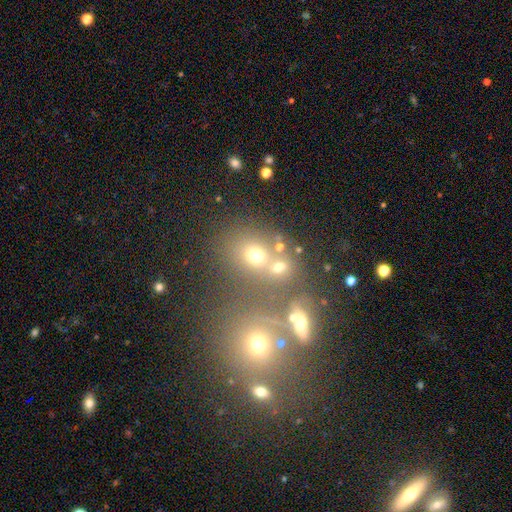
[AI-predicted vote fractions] The model was most divided on "merging": none: 51%, merger: 35%, minor disturbance: 9%, major disturbance: 5%. More confident: how rounded — round (65%); smooth or featured — smooth (60%).